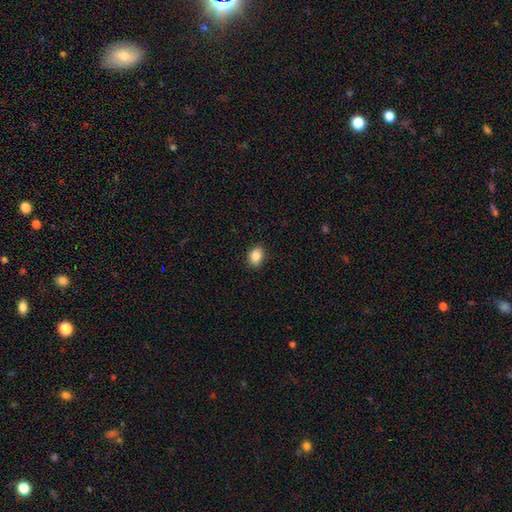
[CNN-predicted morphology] Smooth or featured: smooth — 87% (star or artifact — 9%)
How rounded: in between — 70% (round — 29%)
Merging: none — 87% (minor disturbance — 10%)